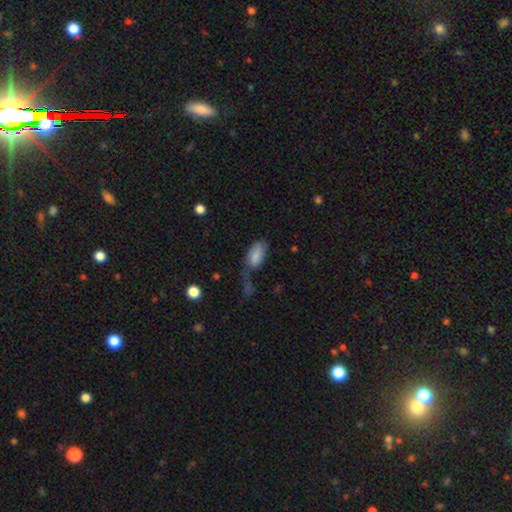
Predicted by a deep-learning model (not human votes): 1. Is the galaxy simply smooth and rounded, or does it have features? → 80% smooth, 13% featured or disk, 7% star or artifact.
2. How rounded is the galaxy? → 93% in between, 4% cigar-shaped, 3% round.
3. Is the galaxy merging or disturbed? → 34% major disturbance, 28% none, 25% minor disturbance, 13% merger.